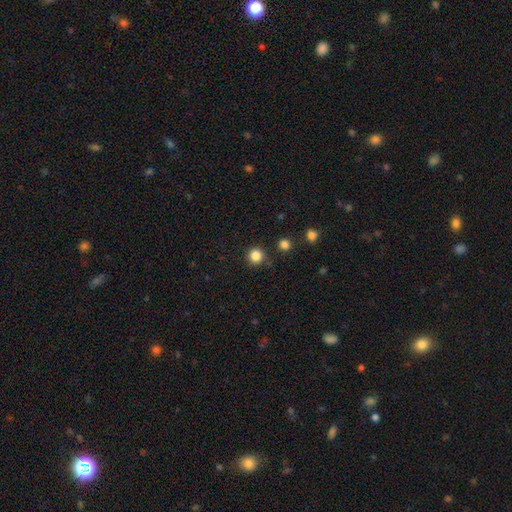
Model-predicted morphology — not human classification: Smooth or featured: smooth — 85% (star or artifact — 12%)
How rounded: round — 94% (in between — 5%)
Merging: none — 88% (minor disturbance — 6%)